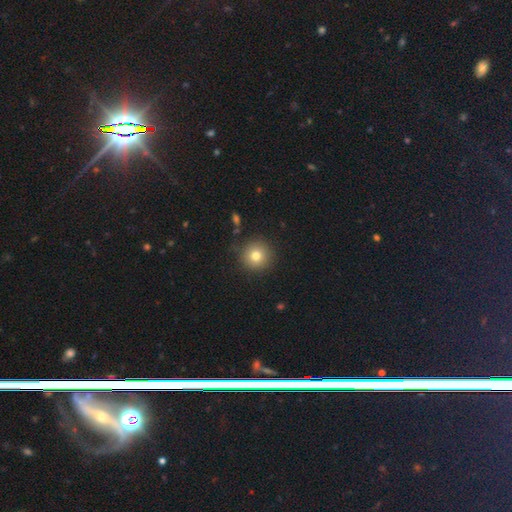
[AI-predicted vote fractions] smooth_or_featured: smooth (p=0.78) [alt: star or artifact p=0.11]
how_rounded: round (p=0.95) [alt: in between p=0.04]
merging: none (p=0.89) [alt: minor disturbance p=0.07]